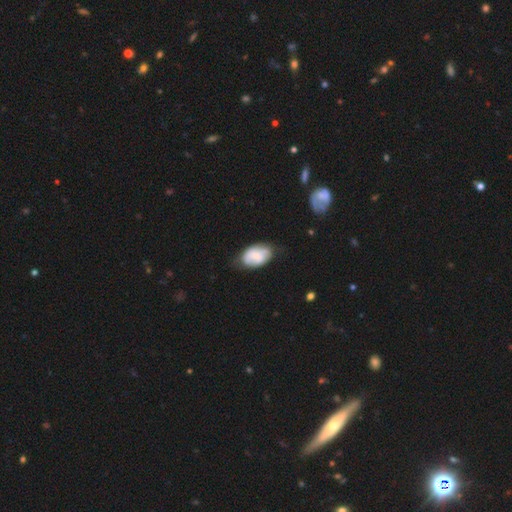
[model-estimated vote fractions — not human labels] The model was most divided on "smooth or featured": smooth: 59%, featured or disk: 35%, star or artifact: 7%. More confident: how rounded — in between (91%); merging — none (58%).